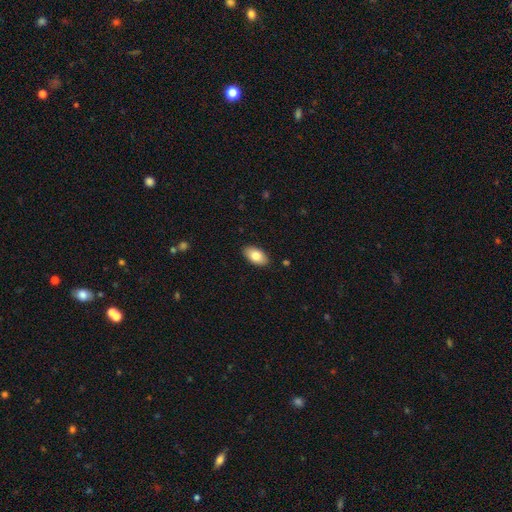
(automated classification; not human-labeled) smooth-or-featured: smooth: 81% | featured or disk: 13% | star or artifact: 7%
  how-rounded: in between: 94% | round: 4% | cigar-shaped: 2%
  merging: none: 89% | minor disturbance: 8% | major disturbance: 2% | merger: 1%